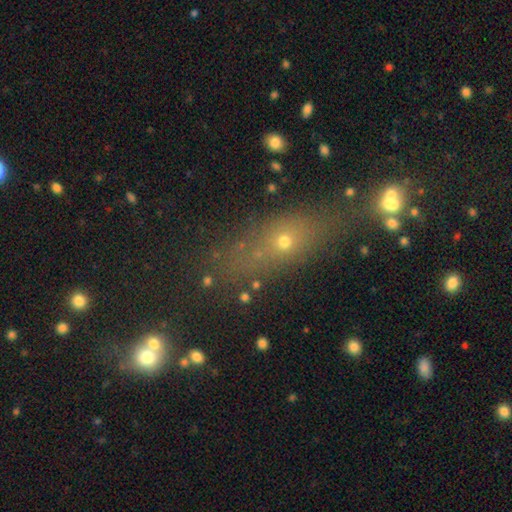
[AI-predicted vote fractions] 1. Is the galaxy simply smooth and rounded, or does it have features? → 51% smooth, 29% star or artifact, 21% featured or disk.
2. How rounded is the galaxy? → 41% in between, 37% cigar-shaped, 22% round.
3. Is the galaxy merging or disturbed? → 63% none, 14% minor disturbance, 14% merger, 9% major disturbance.